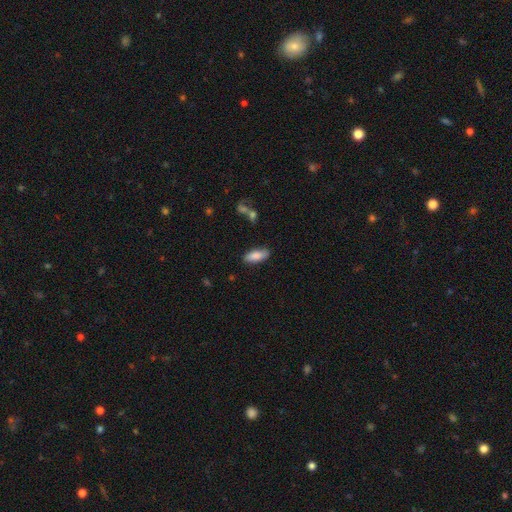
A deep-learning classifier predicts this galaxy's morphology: smooth 84%, featured or disk 9%, star or artifact 6%. Down the decision tree: how rounded — in between (77%); merging — none (84%).